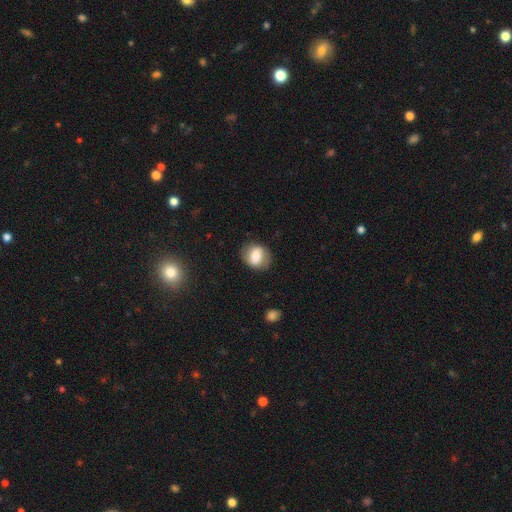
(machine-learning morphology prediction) This is likely a smooth galaxy (63%). How rounded: possibly round (50%). Merging: clearly none (81%).